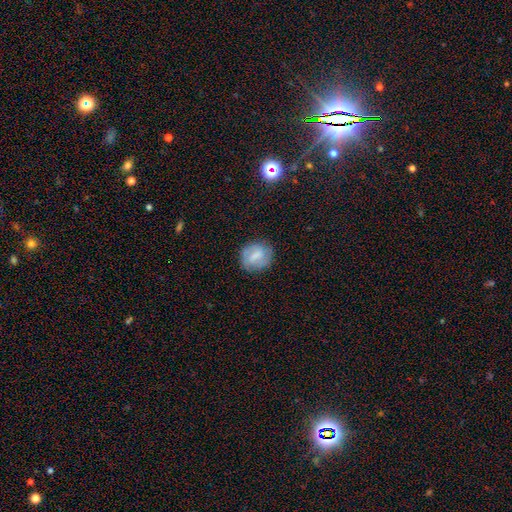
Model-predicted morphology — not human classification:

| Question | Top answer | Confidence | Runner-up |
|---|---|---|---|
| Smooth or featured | smooth | 53% | featured or disk (39%) |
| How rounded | round | 70% | in between (29%) |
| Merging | none | 78% | minor disturbance (15%) |